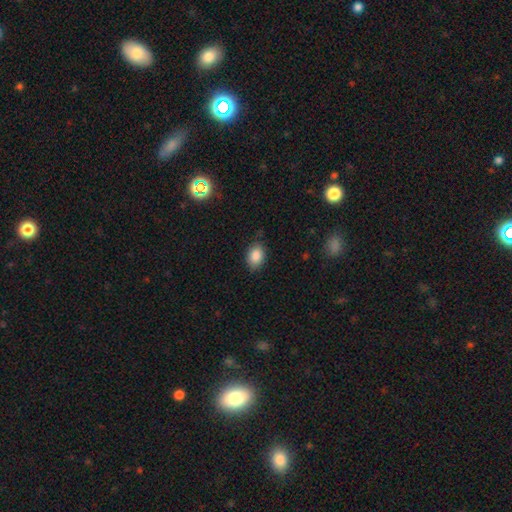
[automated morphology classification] smooth_or_featured: smooth (p=0.87) [alt: star or artifact p=0.08]
how_rounded: in between (p=0.77) [alt: round p=0.22]
merging: none (p=0.82) [alt: minor disturbance p=0.14]